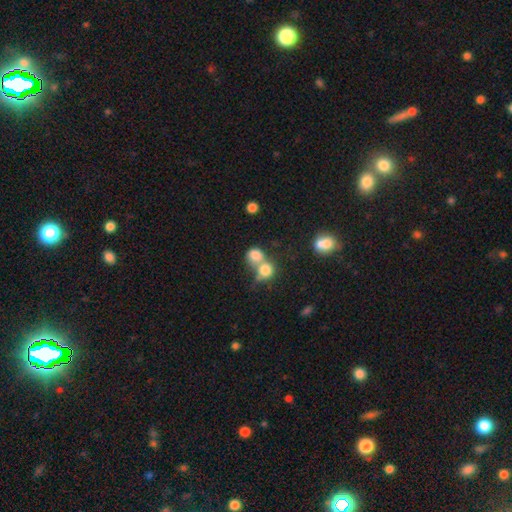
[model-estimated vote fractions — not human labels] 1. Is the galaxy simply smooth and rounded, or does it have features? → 79% smooth, 11% star or artifact, 10% featured or disk.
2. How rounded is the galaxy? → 72% round, 26% in between, 1% cigar-shaped.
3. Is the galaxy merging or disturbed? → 60% merger, 29% none, 7% minor disturbance, 4% major disturbance.